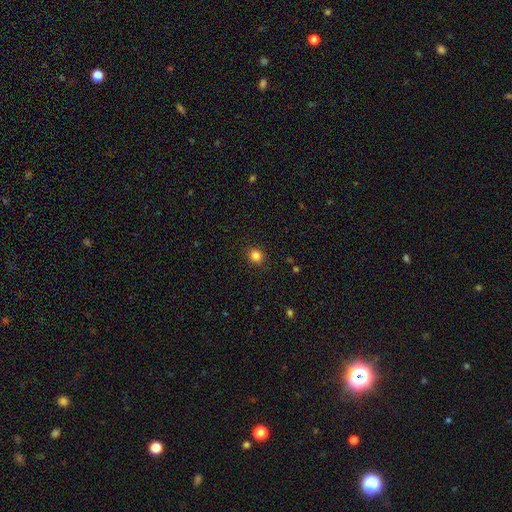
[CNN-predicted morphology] Q: Smooth or featured?
A: smooth (83%); runner-up: star or artifact (12%)
Q: How rounded?
A: round (67%); runner-up: in between (32%)
Q: Merging?
A: none (89%); runner-up: minor disturbance (8%)